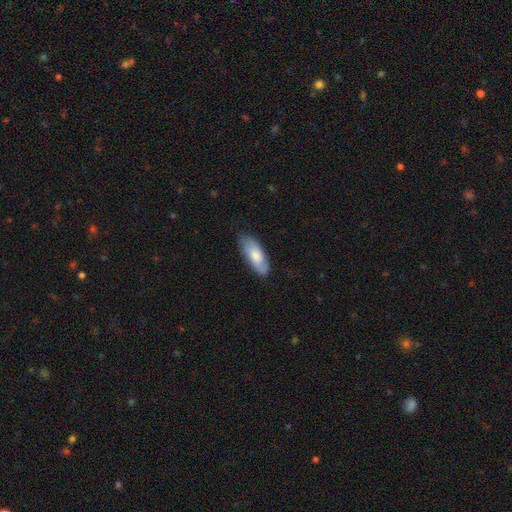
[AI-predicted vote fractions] This appears to be a smooth galaxy with no disk features (75%) that is in between round and cigar-shaped (78%). Merging: none (78%).